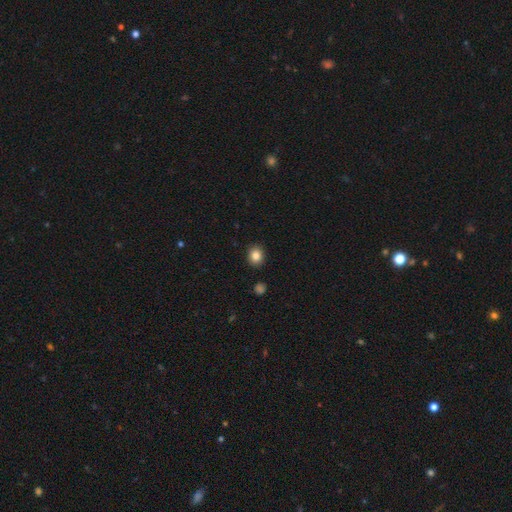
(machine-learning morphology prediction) A smooth galaxy with no disk features (85%) that is round (67%). Merging: none (90%).